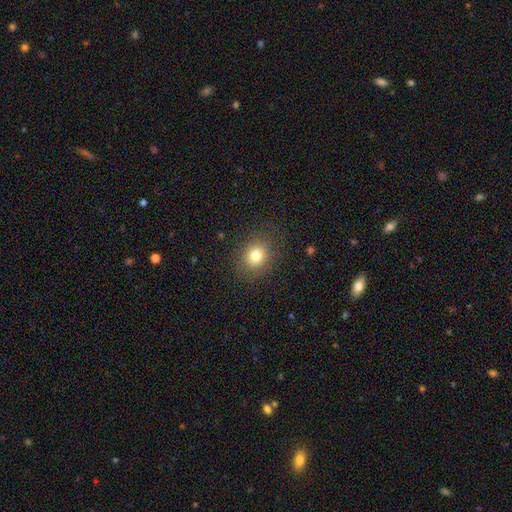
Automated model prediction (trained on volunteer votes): This appears to be a smooth galaxy with no disk features (78%) that is round (63%). Merging: none (85%).